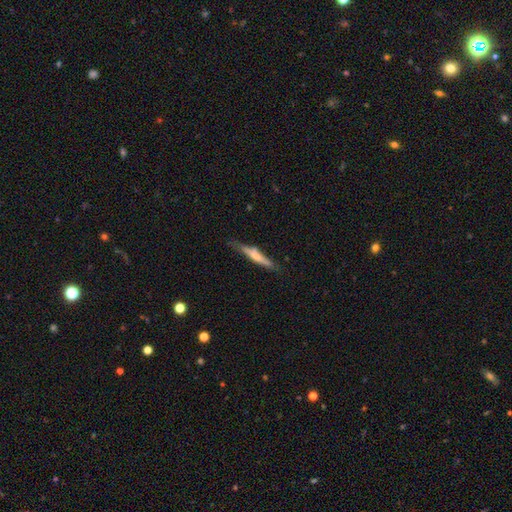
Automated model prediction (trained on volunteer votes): Smooth or featured: smooth — 50% (featured or disk — 44%)
Merging: none — 74% (minor disturbance — 19%)